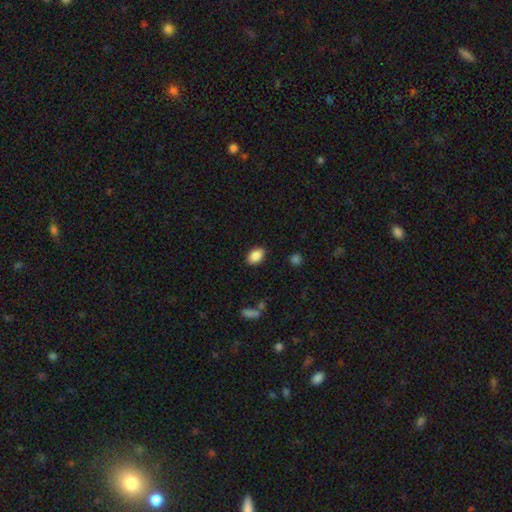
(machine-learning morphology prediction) Smooth or featured? Predicted: smooth (p=0.87). How rounded? Predicted: in between (p=0.87). Merging? Predicted: none (p=0.86).